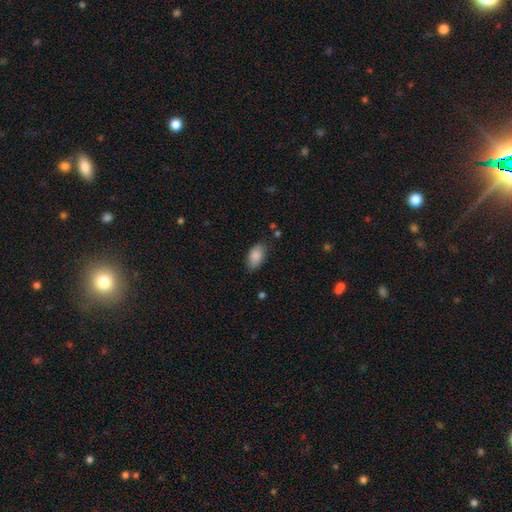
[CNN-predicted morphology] This appears to be a smooth galaxy with no disk features (87%) that is in between round and cigar-shaped (93%). Merging: none (77%).